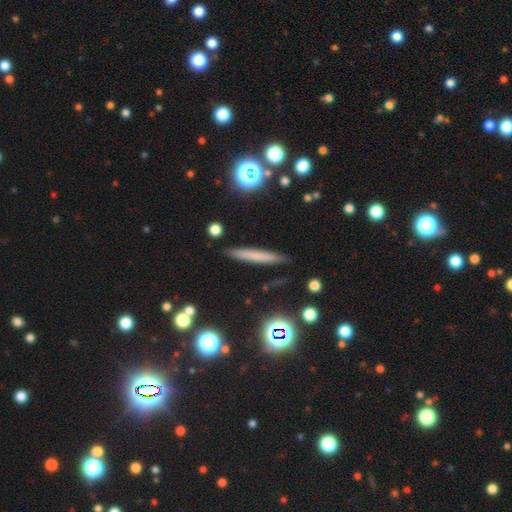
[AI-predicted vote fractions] Smooth or featured? Predicted: smooth (p=0.63). How rounded? Predicted: cigar-shaped (p=0.94). Merging? Predicted: none (p=0.88).